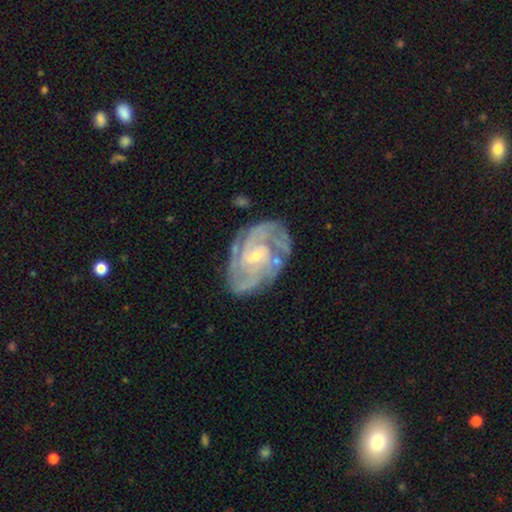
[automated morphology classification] Q: Smooth or featured?
A: featured or disk (88%); runner-up: smooth (7%)
Q: Edge-on disk?
A: no (97%); runner-up: yes (3%)
Q: Bar?
A: weak (44%); tied with: no (44%)
Q: Spiral arms?
A: yes (96%); runner-up: no (4%)
Q: Spiral winding?
A: tight (62%); runner-up: medium (32%)
Q: Spiral arm count?
A: 3 (24%); tied with: can't tell (24%)
Q: Bulge size?
A: small (67%); runner-up: moderate (30%)
Q: Merging?
A: none (74%); runner-up: minor disturbance (18%)